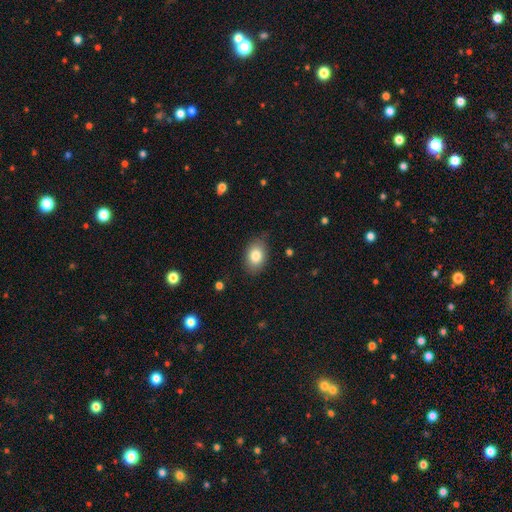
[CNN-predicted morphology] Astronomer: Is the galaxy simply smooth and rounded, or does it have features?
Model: smooth — 82%.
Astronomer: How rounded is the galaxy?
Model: in between — 82%.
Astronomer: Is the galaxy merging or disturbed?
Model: none — 81%.